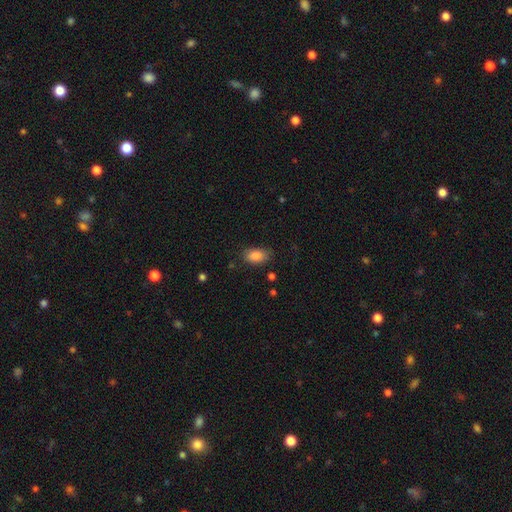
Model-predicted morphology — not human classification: smooth_or_featured: smooth (p=0.87) [alt: star or artifact p=0.08]
how_rounded: in between (p=0.90) [alt: round p=0.08]
merging: none (p=0.81) [alt: minor disturbance p=0.14]